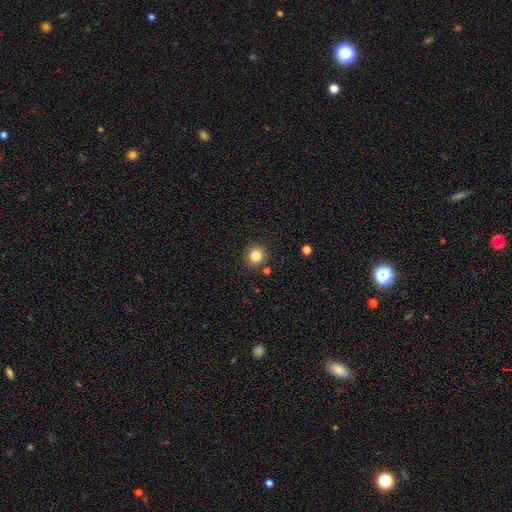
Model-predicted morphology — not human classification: smooth-or-featured: smooth: 83% | star or artifact: 11% | featured or disk: 5%
  how-rounded: round: 92% | in between: 7% | cigar-shaped: 1%
  merging: none: 87% | minor disturbance: 7% | merger: 4% | major disturbance: 2%